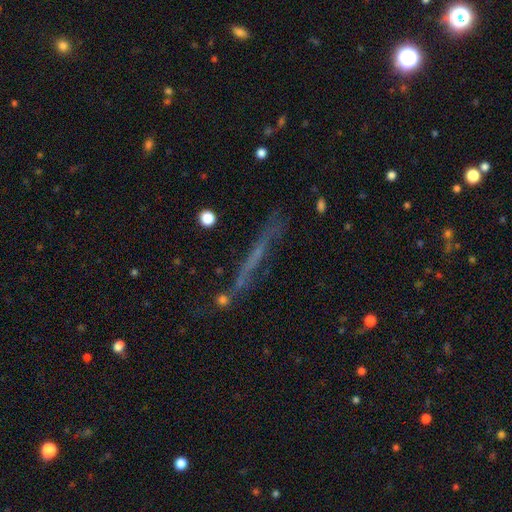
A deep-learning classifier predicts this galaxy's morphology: Smooth or featured?
  - featured or disk: 47% *
  - smooth: 36%
  - star or artifact: 17%
Merging?
  - none: 73% *
  - minor disturbance: 15%
  - major disturbance: 6%
  - merger: 5%